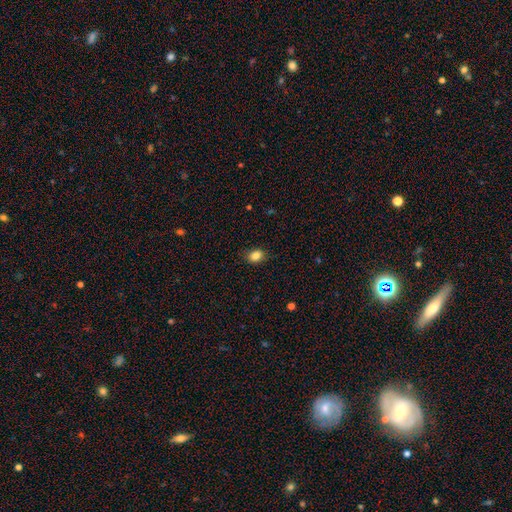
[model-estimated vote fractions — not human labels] Smooth or featured? Predicted: smooth (p=0.85). How rounded? Predicted: in between (p=0.58). Merging? Predicted: none (p=0.85).